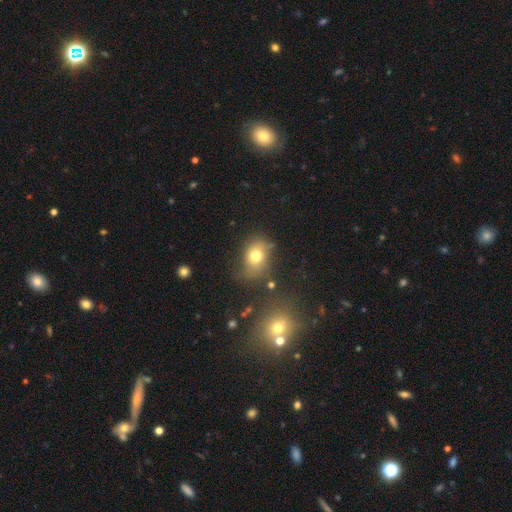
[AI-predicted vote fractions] smooth_or_featured: smooth (p=0.72) [alt: featured or disk p=0.15]
how_rounded: in between (p=0.59) [alt: round p=0.40]
merging: none (p=0.58) [alt: minor disturbance p=0.24]